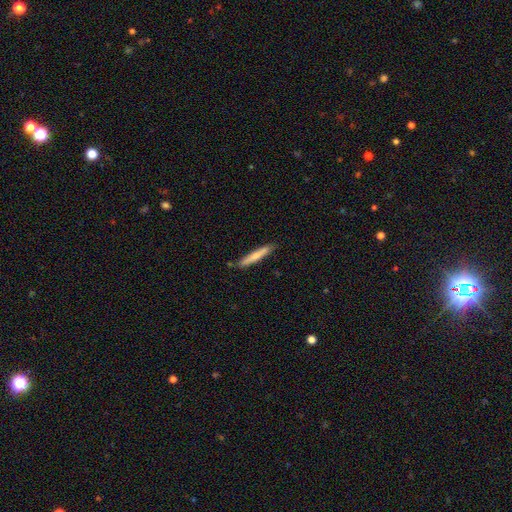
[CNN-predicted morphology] Smooth or featured? smooth (68%)
How rounded? cigar-shaped (95%)
Merging? none (84%)